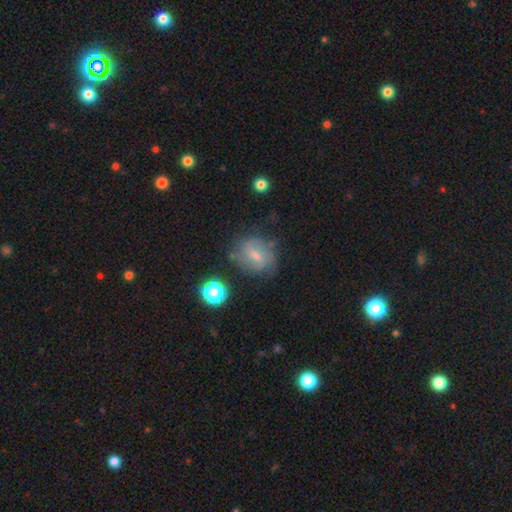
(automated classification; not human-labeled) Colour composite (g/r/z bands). It shows a featured or disk galaxy (50%). Merging: none (63%).